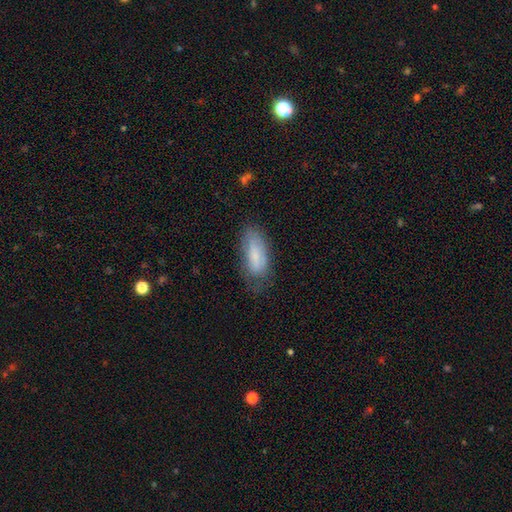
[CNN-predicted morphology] A smooth galaxy with no disk features (70%) that is in between round and cigar-shaped (78%).

Vote fractions:
- Smooth or featured? smooth: 70% / featured or disk: 23% / star or artifact: 8%
- How rounded? in between: 78% / cigar-shaped: 20% / round: 2%
- Merging? none: 60% / minor disturbance: 28% / major disturbance: 11% / merger: 2%